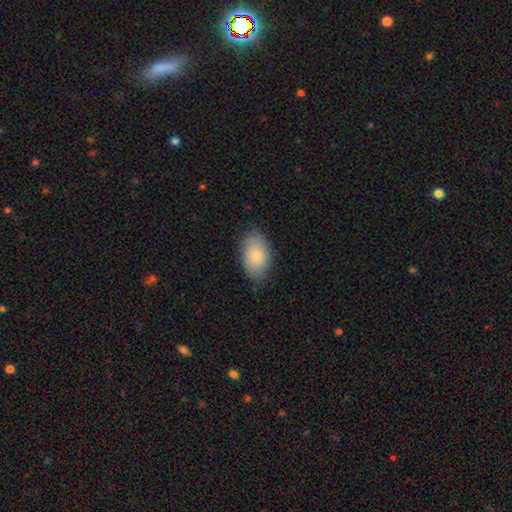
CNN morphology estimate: smooth 82%, featured or disk 12%, star or artifact 6%. Down the decision tree: how rounded — in between (93%); merging — none (79%).